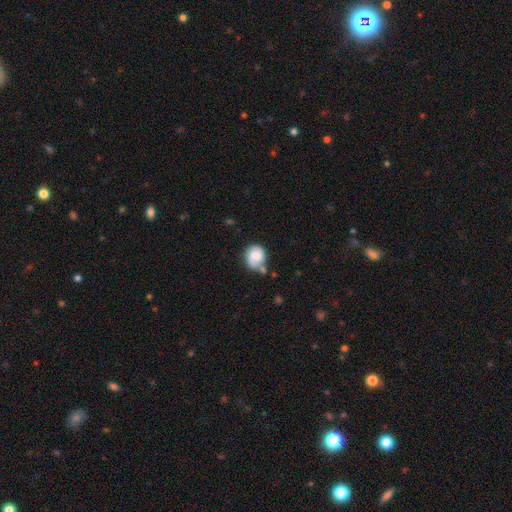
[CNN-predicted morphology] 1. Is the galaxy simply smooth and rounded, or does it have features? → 58% smooth, 34% featured or disk, 8% star or artifact.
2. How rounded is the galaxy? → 74% round, 25% in between, 1% cigar-shaped.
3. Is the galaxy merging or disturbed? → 56% none, 24% minor disturbance, 13% merger, 7% major disturbance.